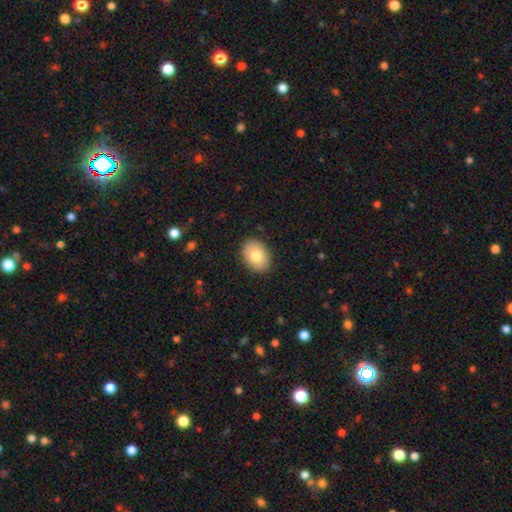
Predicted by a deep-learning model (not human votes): Smooth or featured?
  - smooth: 78% *
  - featured or disk: 14%
  - star or artifact: 7%
How rounded?
  - in between: 77% *
  - round: 22%
  - cigar-shaped: 1%
Merging?
  - none: 88% *
  - minor disturbance: 9%
  - major disturbance: 2%
  - merger: 1%